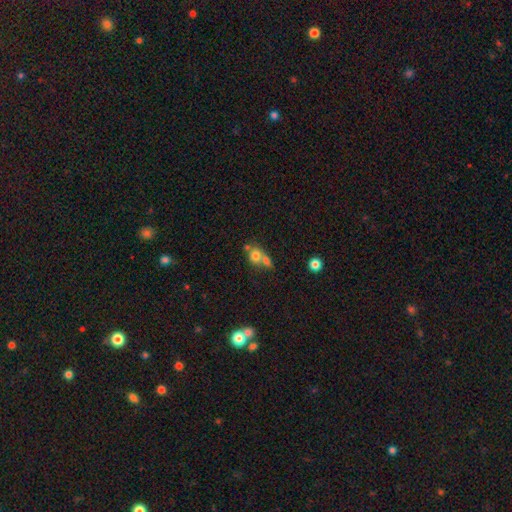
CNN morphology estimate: Smooth or featured? Predicted: smooth (p=0.73). How rounded? Predicted: round (p=0.69). Merging? Predicted: merger (p=0.57).